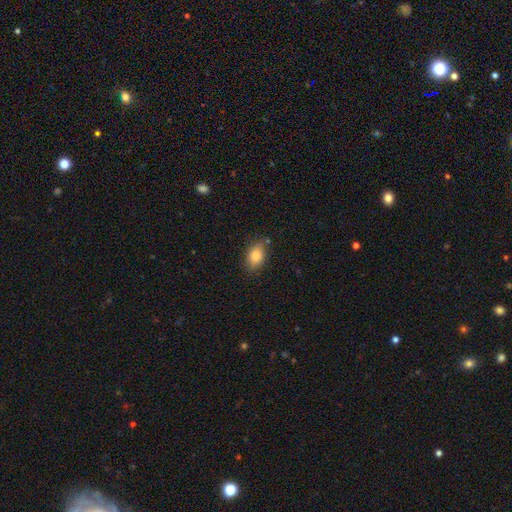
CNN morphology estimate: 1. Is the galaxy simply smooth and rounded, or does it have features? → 82% smooth, 9% featured or disk, 8% star or artifact.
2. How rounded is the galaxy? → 86% in between, 11% round, 3% cigar-shaped.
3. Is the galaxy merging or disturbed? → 80% none, 15% minor disturbance, 3% major disturbance, 2% merger.